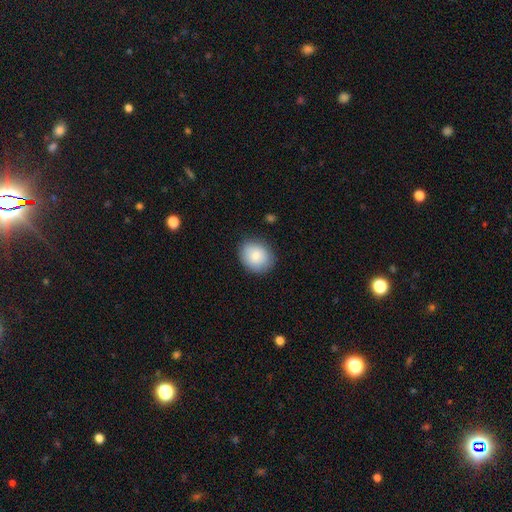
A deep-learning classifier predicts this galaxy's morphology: A smooth galaxy with no disk features (84%) that is round (56%).

Vote fractions:
- Smooth or featured? smooth: 84% / featured or disk: 8% / star or artifact: 7%
- How rounded? round: 56% / in between: 43% / cigar-shaped: 1%
- Merging? none: 85% / minor disturbance: 11% / major disturbance: 3% / merger: 1%